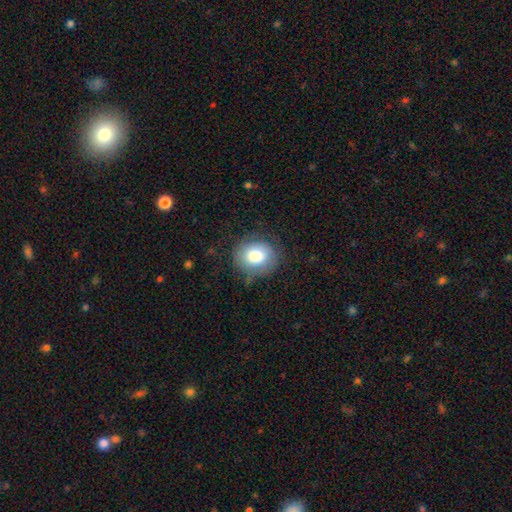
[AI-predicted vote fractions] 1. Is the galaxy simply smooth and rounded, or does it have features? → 79% smooth, 13% featured or disk, 8% star or artifact.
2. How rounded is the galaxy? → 71% round, 28% in between, 1% cigar-shaped.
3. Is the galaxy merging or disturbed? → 74% none, 18% minor disturbance, 6% major disturbance, 1% merger.